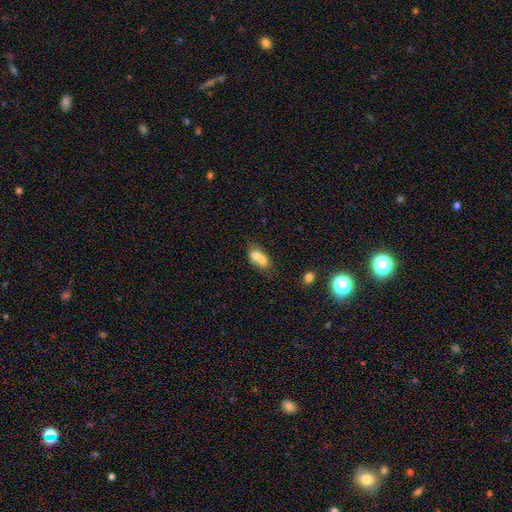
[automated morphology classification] Q: Smooth or featured?
A: smooth (66%); runner-up: featured or disk (24%)
Q: How rounded?
A: in between (63%); runner-up: round (33%)
Q: Merging?
A: merger (67%); runner-up: none (22%)